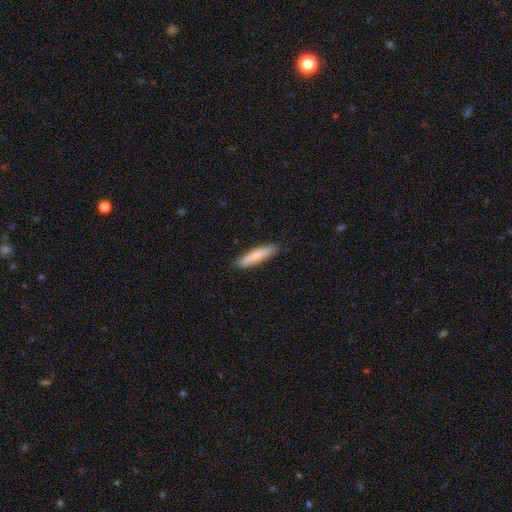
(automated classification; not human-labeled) smooth 76%, featured or disk 19%, star or artifact 5%. Down the decision tree: how rounded — cigar-shaped (86%); merging — none (88%).